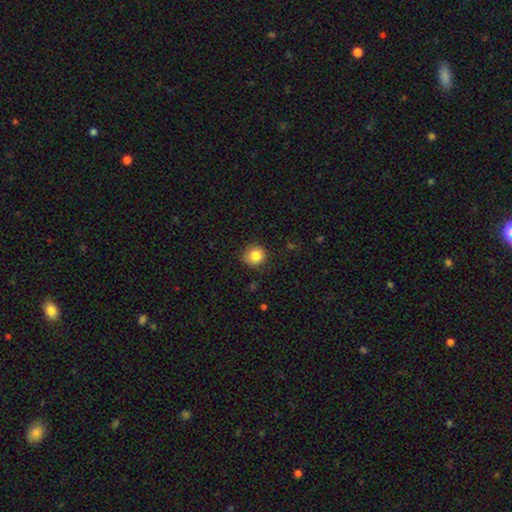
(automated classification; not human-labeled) The model was most divided on "merging": none: 82%, minor disturbance: 14%, major disturbance: 3%, merger: 1%. More confident: how rounded — round (90%); smooth or featured — smooth (84%).